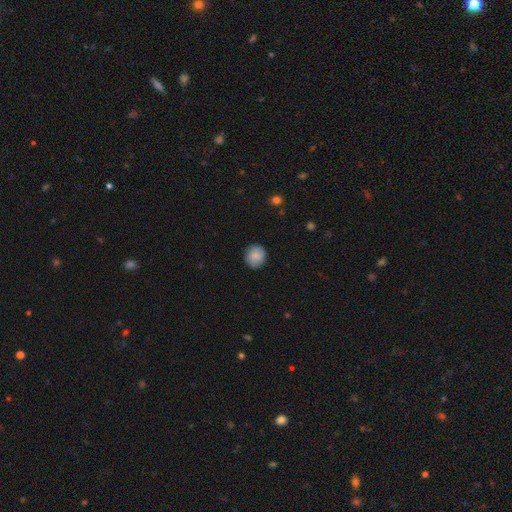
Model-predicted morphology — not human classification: smooth-or-featured: smooth: 83% | featured or disk: 9% | star or artifact: 7%
  how-rounded: round: 87% | in between: 12% | cigar-shaped: 1%
  merging: none: 85% | minor disturbance: 11% | major disturbance: 2% | merger: 1%